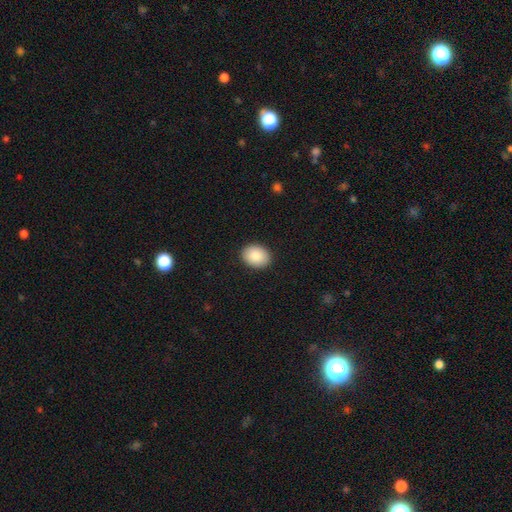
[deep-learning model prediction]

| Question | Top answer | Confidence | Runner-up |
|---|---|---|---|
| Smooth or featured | smooth | 88% | star or artifact (7%) |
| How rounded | in between | 56% | round (43%) |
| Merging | none | 90% | minor disturbance (7%) |